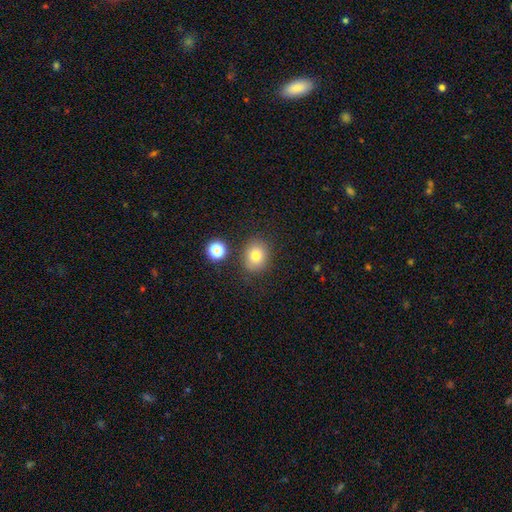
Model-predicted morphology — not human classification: Smooth or featured: smooth — 79% (star or artifact — 12%)
How rounded: round — 64% (in between — 35%)
Merging: none — 81% (minor disturbance — 11%)